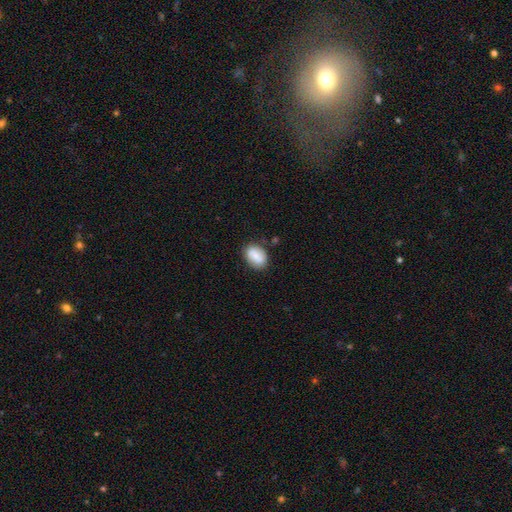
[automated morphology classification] smooth 76%, featured or disk 16%, star or artifact 7%. Down the decision tree: how rounded — in between (75%); merging — none (75%).